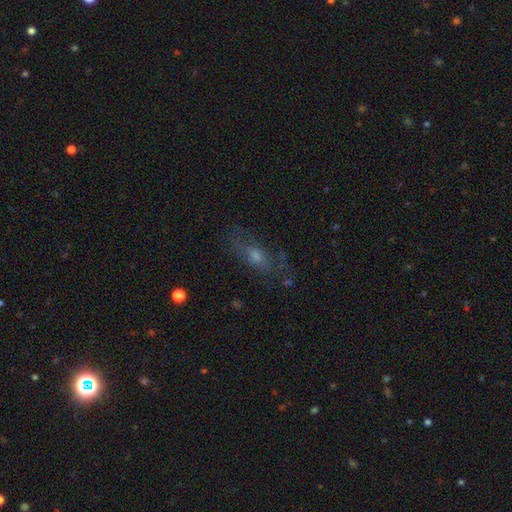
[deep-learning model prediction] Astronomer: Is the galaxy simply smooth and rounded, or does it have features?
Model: featured or disk — 45% (runner-up: smooth, 37%).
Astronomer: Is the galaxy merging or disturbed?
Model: none — 66%.